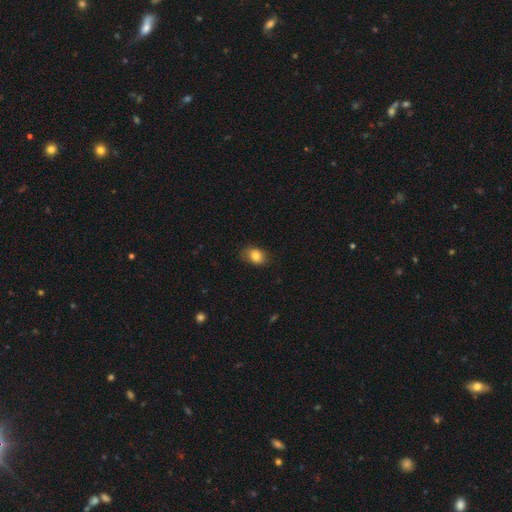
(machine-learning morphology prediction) A smooth galaxy with no disk features (82%) that is in between round and cigar-shaped (69%).

Vote fractions:
- Smooth or featured? smooth: 82% / star or artifact: 9% / featured or disk: 8%
- How rounded? in between: 69% / round: 30% / cigar-shaped: 1%
- Merging? none: 77% / minor disturbance: 18% / major disturbance: 4% / merger: 1%